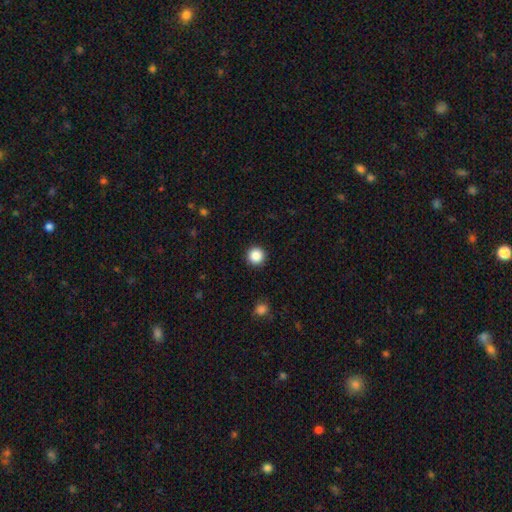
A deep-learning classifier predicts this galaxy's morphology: This is clearly a smooth galaxy (87%). How rounded: clearly round (96%). Merging: clearly none (93%).